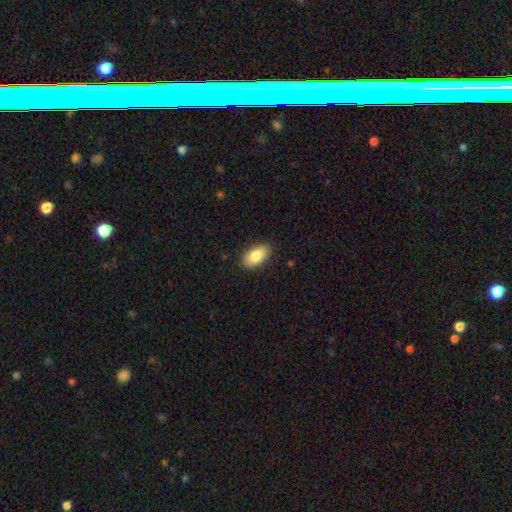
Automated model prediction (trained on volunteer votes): Smooth or featured: smooth — 85% (featured or disk — 8%)
How rounded: in between — 94% (round — 4%)
Merging: none — 87% (minor disturbance — 10%)